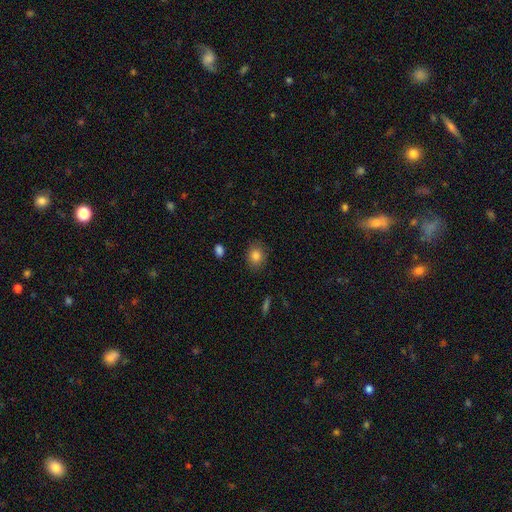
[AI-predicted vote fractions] This appears to be a smooth galaxy with no disk features (85%) that is round (56%). Merging: none (85%).